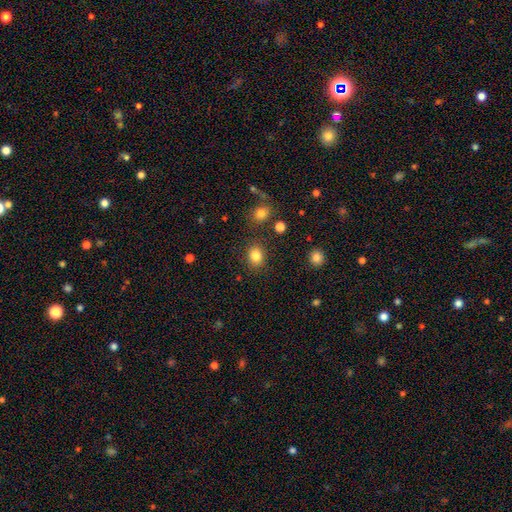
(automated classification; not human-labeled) This appears to be a smooth galaxy with no disk features (84%) that is round (55%). Merging: none (84%).